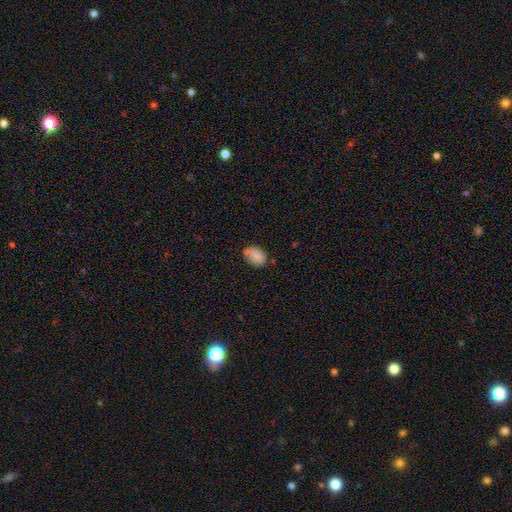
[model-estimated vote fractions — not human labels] Overall: smooth (83%). How rounded: in between (75%). Merging: none (64%).